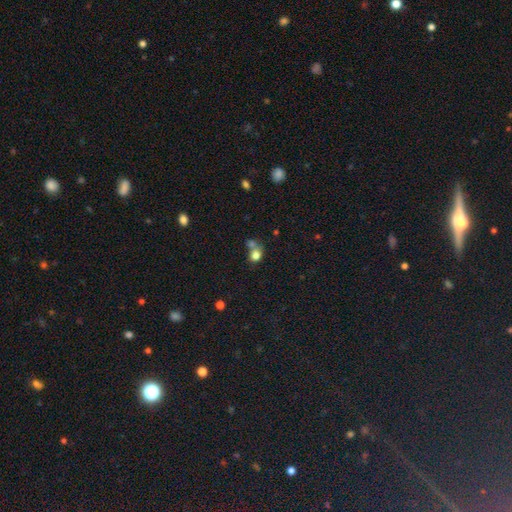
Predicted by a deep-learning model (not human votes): The model was most divided on "merging": merger: 47%, none: 36%, minor disturbance: 11%, major disturbance: 7%. More confident: smooth or featured — smooth (78%); how rounded — round (65%).